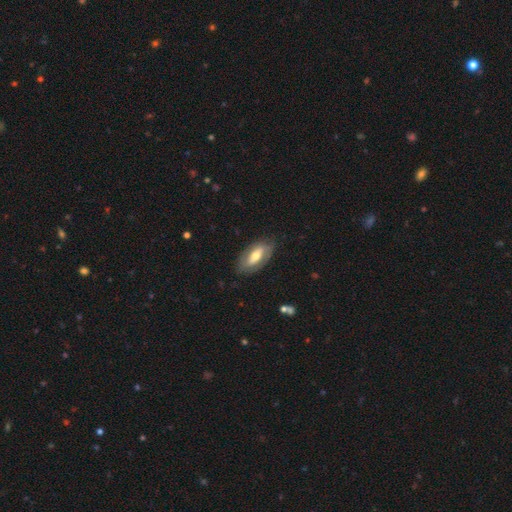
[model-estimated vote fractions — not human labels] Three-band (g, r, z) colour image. It shows a featured or disk galaxy (53%). Merging: none (79%).